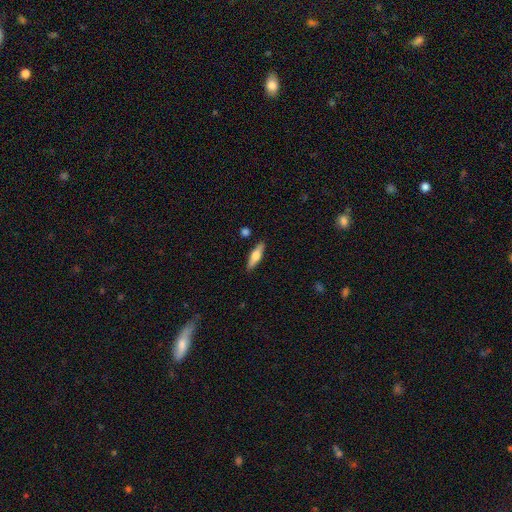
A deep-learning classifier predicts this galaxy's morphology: A smooth galaxy with no disk features (56%) that is cigar-shaped (58%). Merging: none (88%).